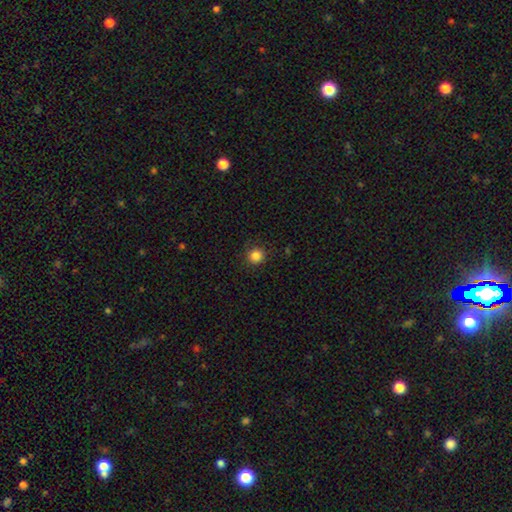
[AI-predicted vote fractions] A smooth galaxy with no disk features (85%) that is round (94%).

Vote fractions:
- Smooth or featured? smooth: 85% / star or artifact: 12% / featured or disk: 4%
- How rounded? round: 94% / in between: 5% / cigar-shaped: 1%
- Merging? none: 88% / minor disturbance: 8% / major disturbance: 3% / merger: 1%